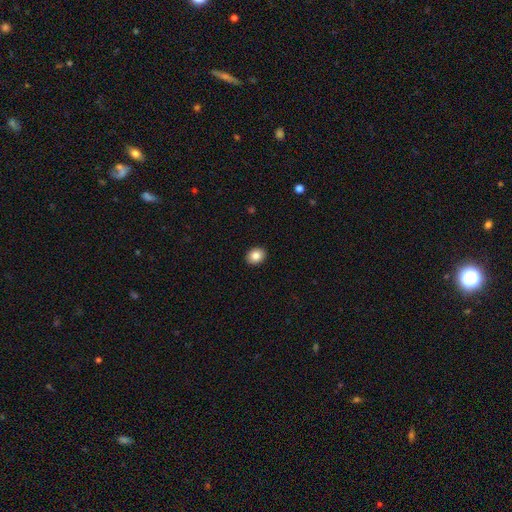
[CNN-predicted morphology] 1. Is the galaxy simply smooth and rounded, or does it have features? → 84% smooth, 9% star or artifact, 7% featured or disk.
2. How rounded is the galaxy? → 52% round, 47% in between, 1% cigar-shaped.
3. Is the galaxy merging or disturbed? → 92% none, 6% minor disturbance, 2% major disturbance, 1% merger.